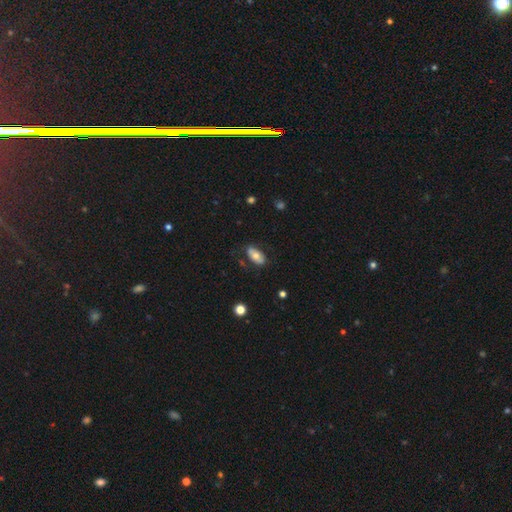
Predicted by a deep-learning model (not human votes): Q: Smooth or featured?
A: smooth (63%); runner-up: featured or disk (30%)
Q: How rounded?
A: in between (91%); runner-up: cigar-shaped (5%)
Q: Merging?
A: none (75%); runner-up: minor disturbance (18%)